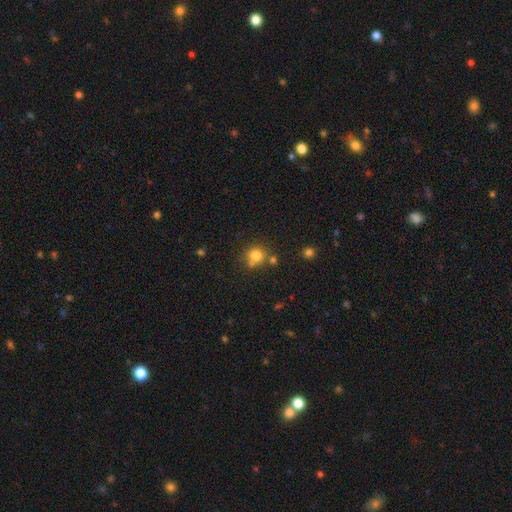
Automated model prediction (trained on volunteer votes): A smooth galaxy with no disk features (78%) that is round (87%).

Vote fractions:
- Smooth or featured? smooth: 78% / star or artifact: 14% / featured or disk: 9%
- How rounded? round: 87% / in between: 12% / cigar-shaped: 1%
- Merging? none: 62% / merger: 23% / minor disturbance: 11% / major disturbance: 4%